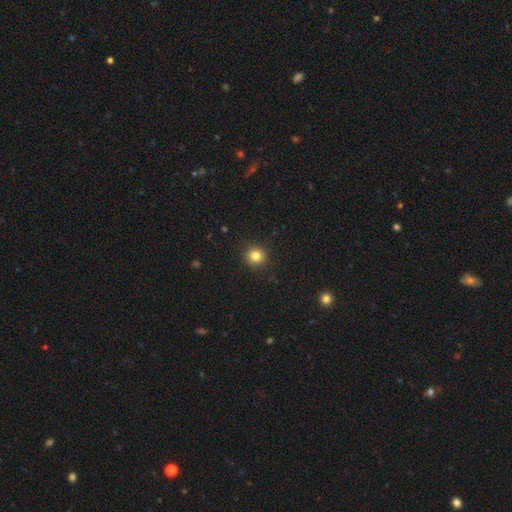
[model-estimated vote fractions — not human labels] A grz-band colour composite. It shows a smooth galaxy with no disk features (82%) that is round (94%). Merging: none (92%).